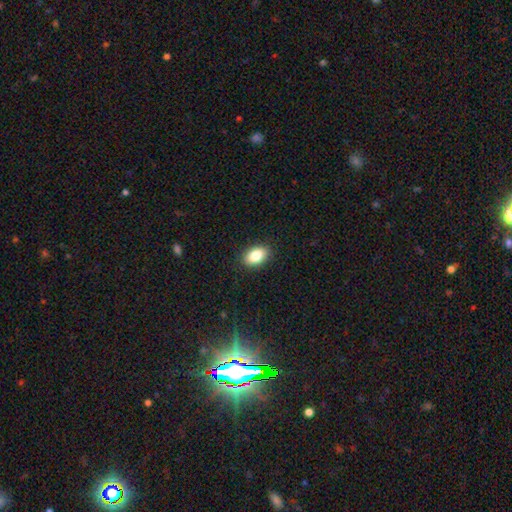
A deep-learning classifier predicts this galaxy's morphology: Q: Smooth or featured?
A: smooth (84%); runner-up: featured or disk (8%)
Q: How rounded?
A: in between (89%); runner-up: round (9%)
Q: Merging?
A: none (89%); runner-up: minor disturbance (8%)